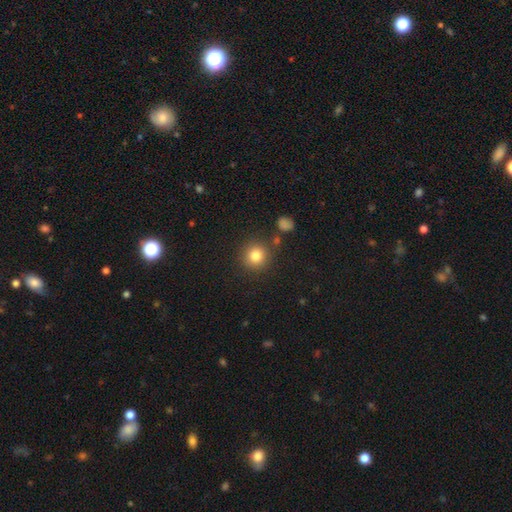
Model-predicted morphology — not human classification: Q: Smooth or featured?
A: smooth (82%); runner-up: star or artifact (12%)
Q: How rounded?
A: round (92%); runner-up: in between (7%)
Q: Merging?
A: none (85%); runner-up: minor disturbance (8%)